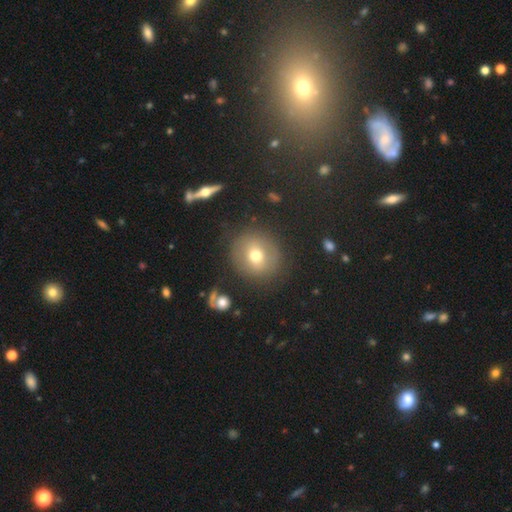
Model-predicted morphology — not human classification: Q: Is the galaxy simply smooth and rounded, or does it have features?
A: smooth — 66%.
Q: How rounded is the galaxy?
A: round — 89%.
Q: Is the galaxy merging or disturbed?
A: none — 82%.